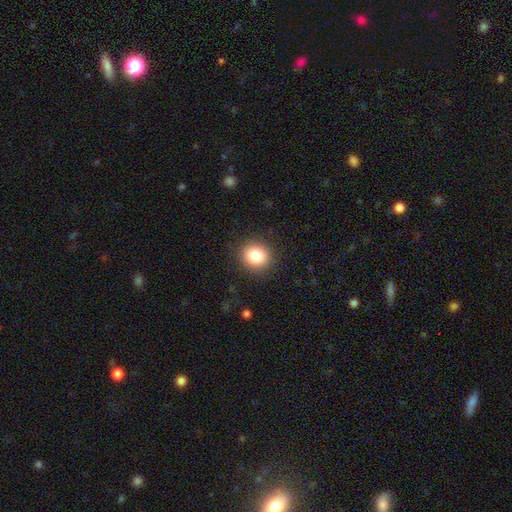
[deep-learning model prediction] smooth-or-featured: smooth: 83% | star or artifact: 10% | featured or disk: 7%
  how-rounded: round: 83% | in between: 17% | cigar-shaped: 1%
  merging: none: 89% | minor disturbance: 7% | major disturbance: 3% | merger: 1%